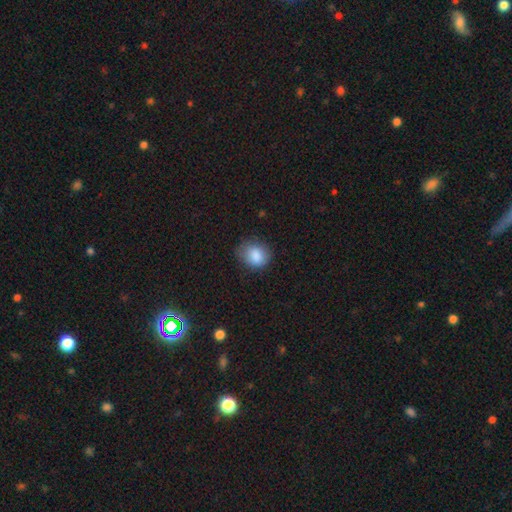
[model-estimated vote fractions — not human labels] Q: Smooth or featured?
A: smooth (86%); runner-up: star or artifact (8%)
Q: How rounded?
A: round (54%); runner-up: in between (45%)
Q: Merging?
A: none (72%); runner-up: minor disturbance (22%)